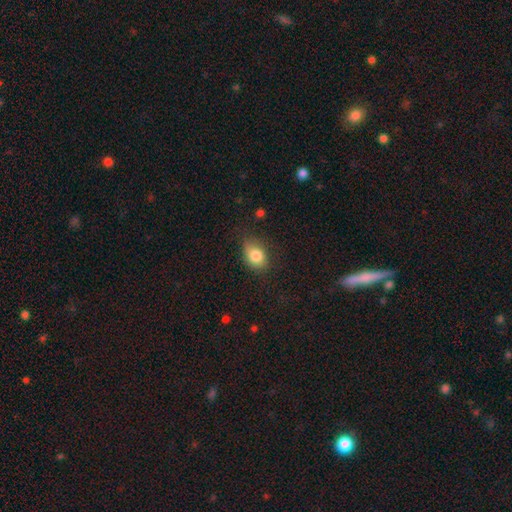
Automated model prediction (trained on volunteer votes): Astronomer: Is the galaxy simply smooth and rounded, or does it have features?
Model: smooth — 83%.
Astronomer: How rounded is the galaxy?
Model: in between — 67%.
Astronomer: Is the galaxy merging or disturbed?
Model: none — 65%.